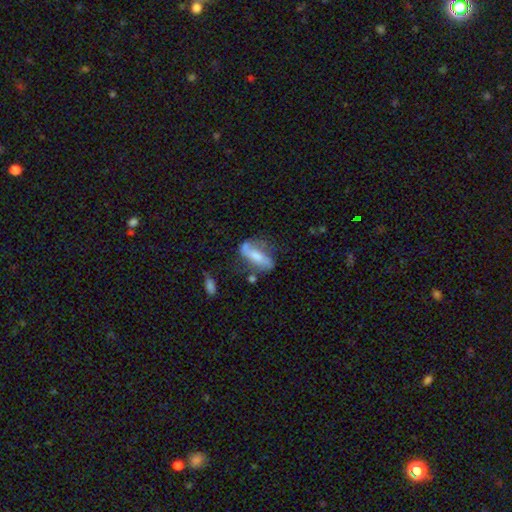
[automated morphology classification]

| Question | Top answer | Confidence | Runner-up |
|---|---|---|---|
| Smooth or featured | featured or disk | 52% | smooth (41%) |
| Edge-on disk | no | 82% | yes (18%) |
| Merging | none | 47% | minor disturbance (26%) |